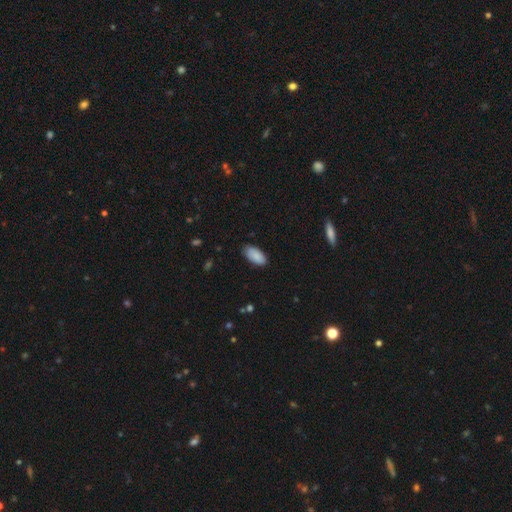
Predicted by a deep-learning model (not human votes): Overall: smooth (89%). How rounded: in between (94%). Merging: none (86%).